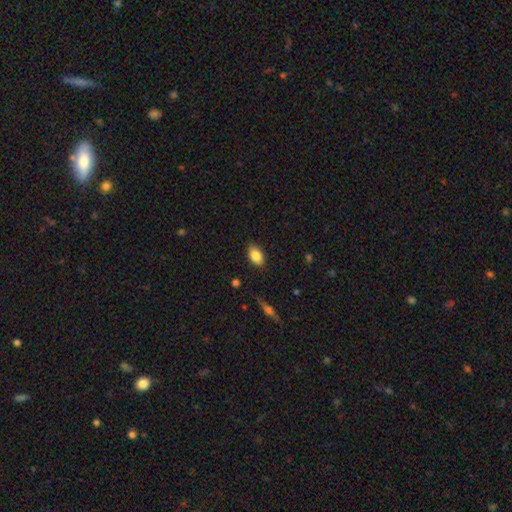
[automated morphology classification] This appears to be a smooth galaxy with no disk features (84%) that is in between round and cigar-shaped (89%). Merging: none (84%).